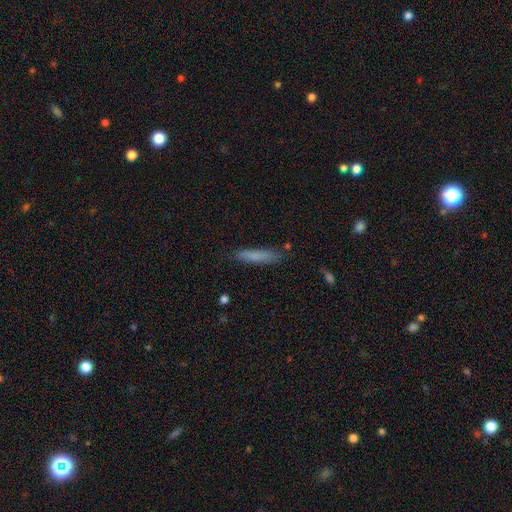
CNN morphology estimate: This appears to be a smooth galaxy with no disk features (78%) that is cigar-shaped (87%). Merging: none (82%).